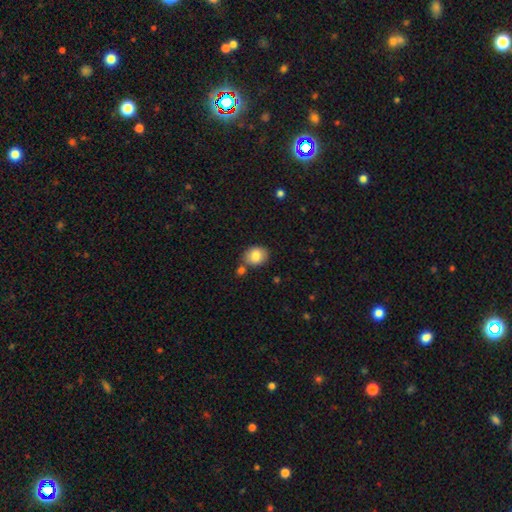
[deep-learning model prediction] Smooth or featured? Predicted: smooth (p=0.82). How rounded? Predicted: round (p=0.57). Merging? Predicted: none (p=0.72).